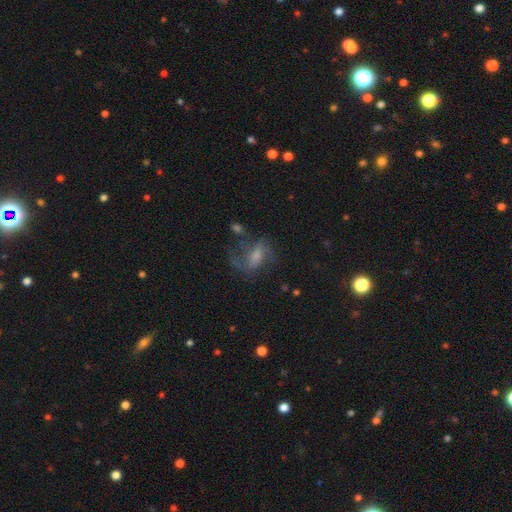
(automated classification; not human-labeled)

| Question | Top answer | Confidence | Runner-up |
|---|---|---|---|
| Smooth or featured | featured or disk | 63% | smooth (21%) |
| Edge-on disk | no | 95% | yes (5%) |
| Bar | weak | 48% | no (32%) |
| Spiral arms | yes | 87% | no (13%) |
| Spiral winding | medium | 45% | loose (40%) |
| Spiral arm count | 2 | 64% | can't tell (14%) |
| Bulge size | moderate | 38% | small (35%) |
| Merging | none | 54% | major disturbance (23%) |